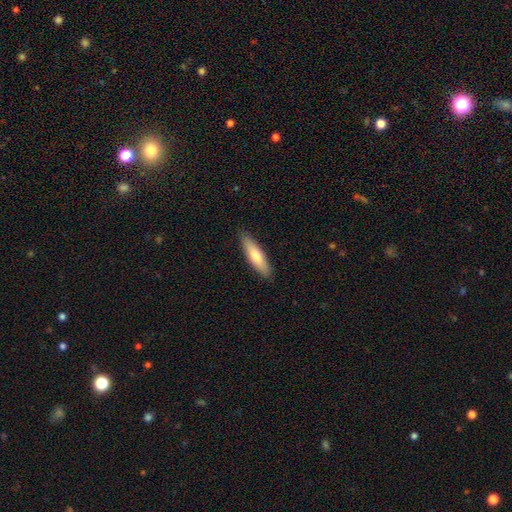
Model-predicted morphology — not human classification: type=smooth (71%); roundness=cigar-shaped (73%); merging=none (89%).